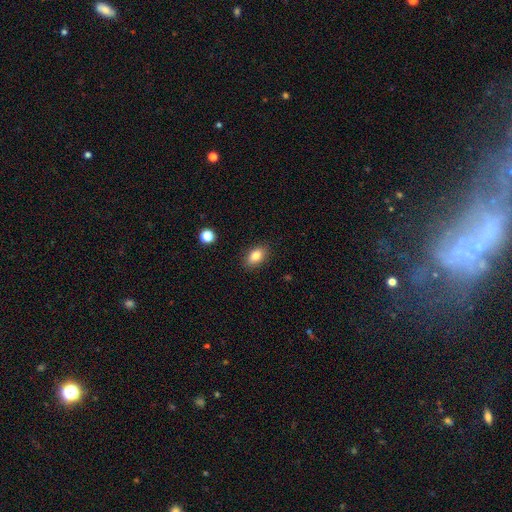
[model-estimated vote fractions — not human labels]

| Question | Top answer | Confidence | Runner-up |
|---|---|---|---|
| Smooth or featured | smooth | 83% | star or artifact (9%) |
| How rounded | in between | 87% | round (10%) |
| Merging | none | 88% | minor disturbance (9%) |